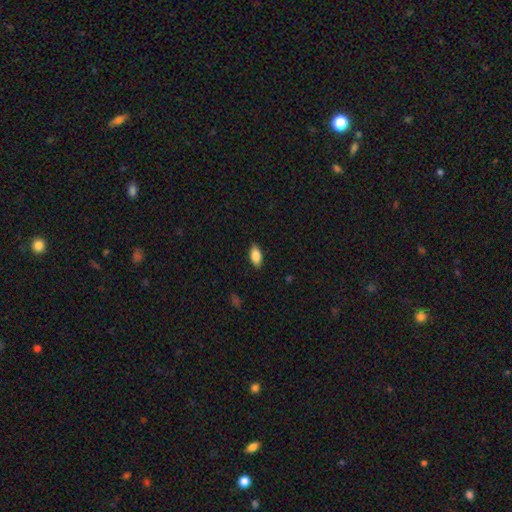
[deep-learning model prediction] A smooth galaxy with no disk features (83%) that is in between round and cigar-shaped (90%). Merging: none (88%).